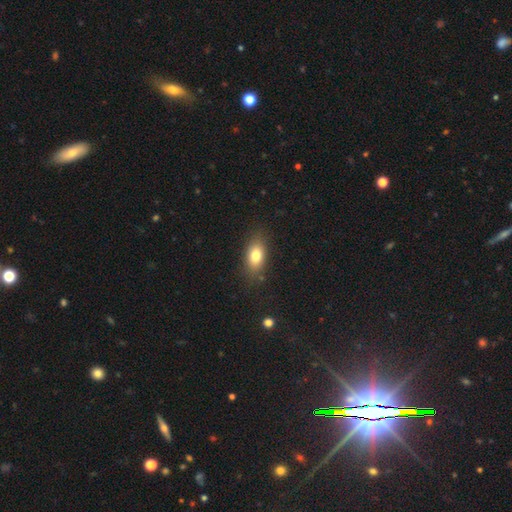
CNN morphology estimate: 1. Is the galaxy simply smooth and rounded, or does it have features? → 79% smooth, 12% featured or disk, 9% star or artifact.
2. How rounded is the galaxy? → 84% in between, 11% round, 5% cigar-shaped.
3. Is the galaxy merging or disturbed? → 82% none, 13% minor disturbance, 4% major disturbance, 2% merger.